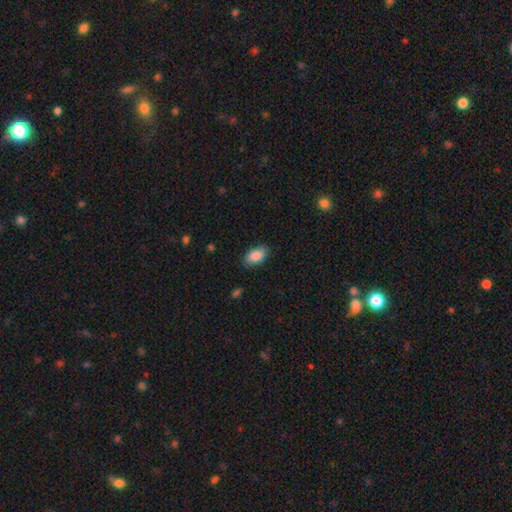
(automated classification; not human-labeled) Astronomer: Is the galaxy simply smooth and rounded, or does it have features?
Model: smooth — 89%.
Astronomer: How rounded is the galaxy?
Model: in between — 94%.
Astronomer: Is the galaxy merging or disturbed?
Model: none — 86%.